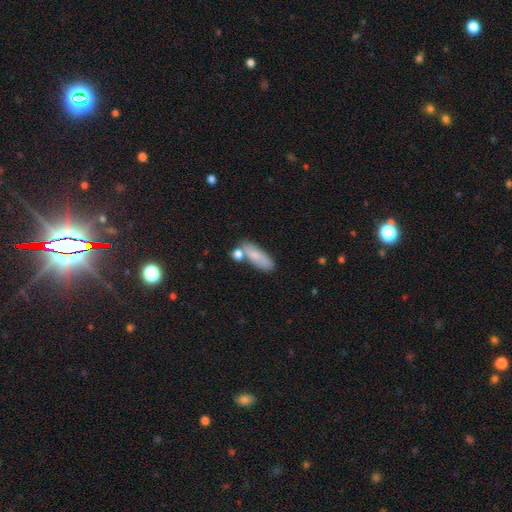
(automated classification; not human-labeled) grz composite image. It shows a smooth galaxy with no disk features (76%) that is in between round and cigar-shaped (64%). Merging: none (59%).